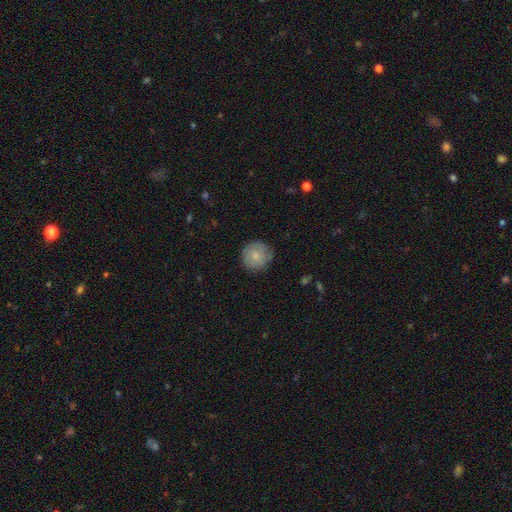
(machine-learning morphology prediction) A smooth galaxy with no disk features (72%) that is round (92%).

Vote fractions:
- Smooth or featured? smooth: 72% / featured or disk: 21% / star or artifact: 7%
- How rounded? round: 92% / in between: 7% / cigar-shaped: 1%
- Merging? none: 79% / minor disturbance: 16% / major disturbance: 3% / merger: 1%